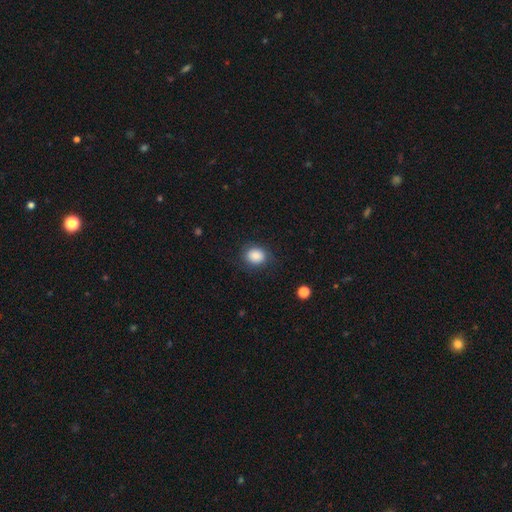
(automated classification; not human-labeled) Morphology: type=smooth (87%); roundness=round (61%); merging=none (80%).